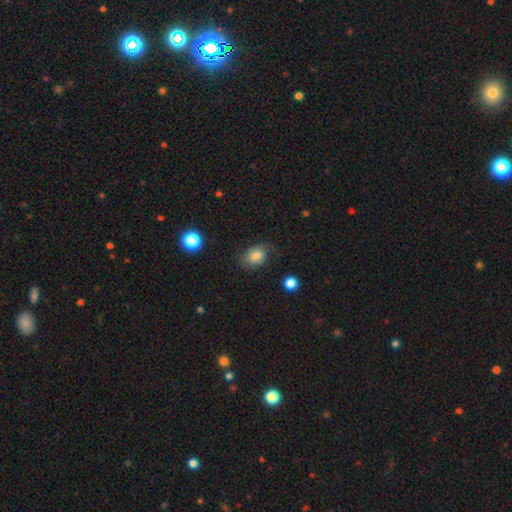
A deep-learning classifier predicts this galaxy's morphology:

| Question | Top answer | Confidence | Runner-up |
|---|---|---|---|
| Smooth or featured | smooth | 75% | featured or disk (14%) |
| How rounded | in between | 78% | round (20%) |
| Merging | none | 61% | minor disturbance (27%) |